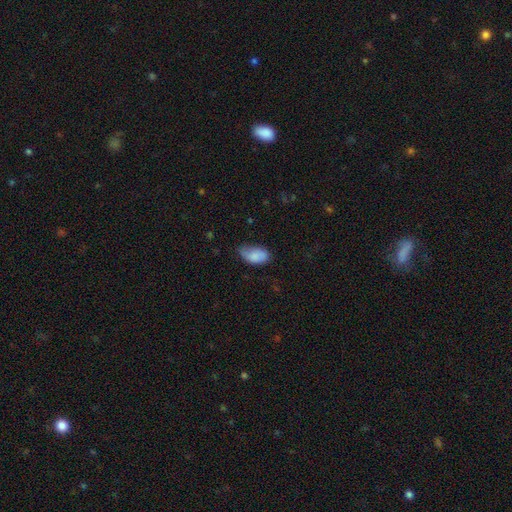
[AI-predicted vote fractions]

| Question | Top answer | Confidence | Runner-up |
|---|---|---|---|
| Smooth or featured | smooth | 82% | featured or disk (11%) |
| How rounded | in between | 94% | round (4%) |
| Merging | none | 48% | minor disturbance (40%) |